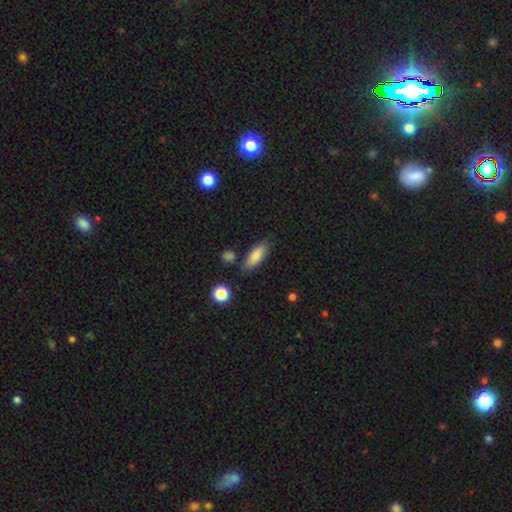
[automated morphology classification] type=smooth (83%); roundness=in between (64%); merging=none (79%).